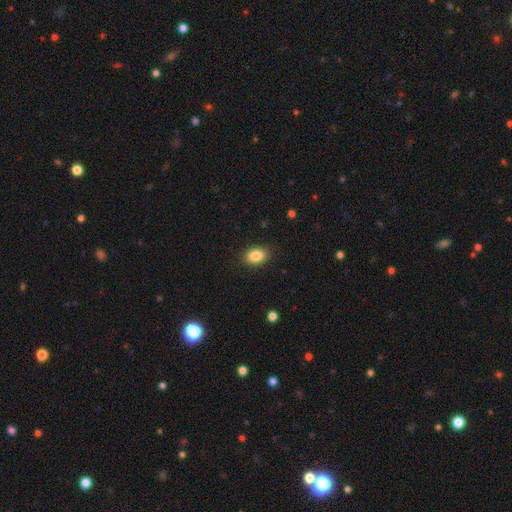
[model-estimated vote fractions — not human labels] This is clearly a smooth galaxy (87%). How rounded: clearly in between (84%). Merging: clearly none (87%).